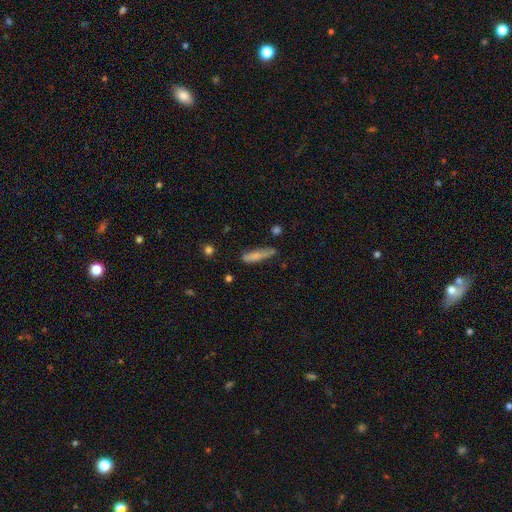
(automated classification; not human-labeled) A smooth galaxy with no disk features (76%) that is cigar-shaped (72%). Merging: none (57%).